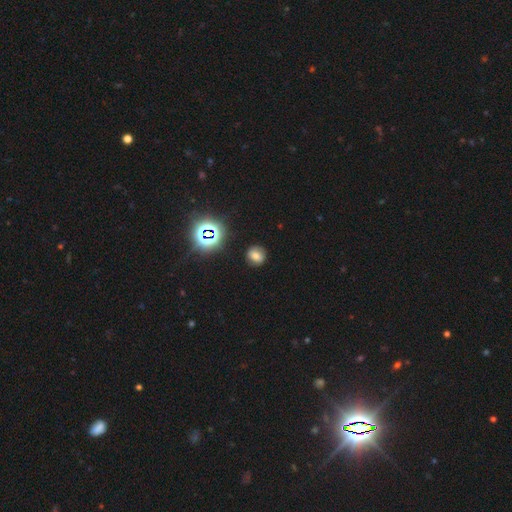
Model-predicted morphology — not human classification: Smooth or featured? smooth (65%)
How rounded? round (76%)
Merging? none (86%)